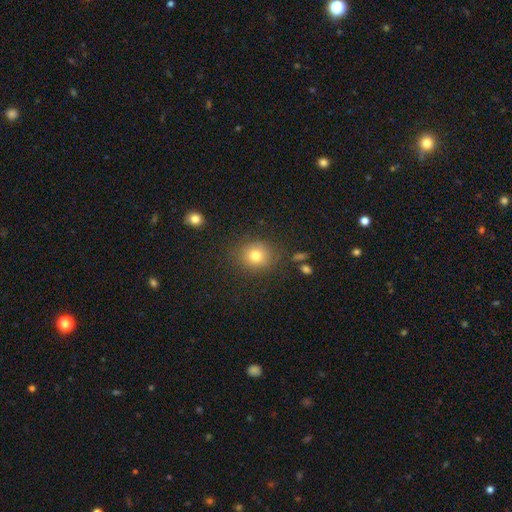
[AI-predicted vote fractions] smooth_or_featured: smooth (p=0.78) [alt: star or artifact p=0.13]
how_rounded: round (p=0.81) [alt: in between p=0.18]
merging: none (p=0.82) [alt: minor disturbance p=0.12]